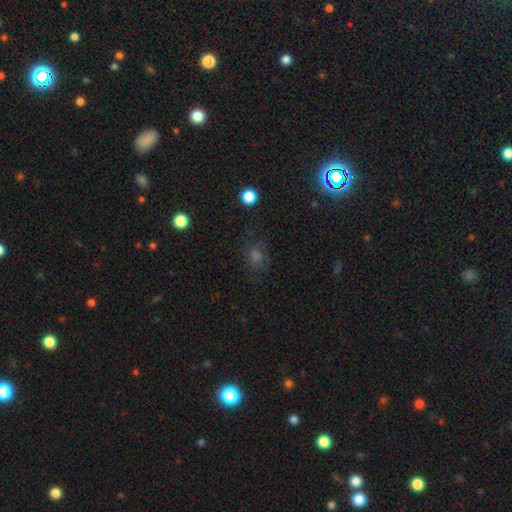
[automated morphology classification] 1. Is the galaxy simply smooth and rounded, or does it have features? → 47% smooth, 37% star or artifact, 16% featured or disk.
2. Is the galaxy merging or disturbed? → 70% none, 18% minor disturbance, 11% major disturbance, 2% merger.